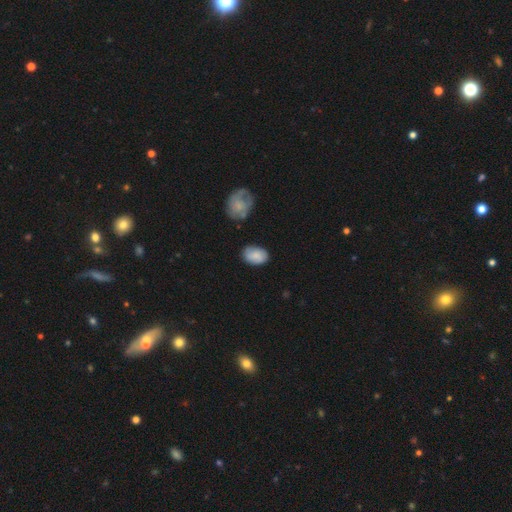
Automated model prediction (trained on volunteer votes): A smooth galaxy with no disk features (81%) that is in between round and cigar-shaped (87%). Merging: none (77%).